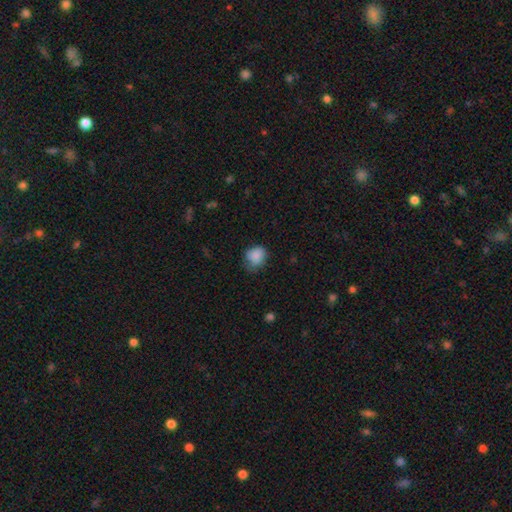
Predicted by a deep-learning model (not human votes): This is clearly a smooth galaxy (85%). How rounded: likely round (64%). Merging: possibly none (53%).